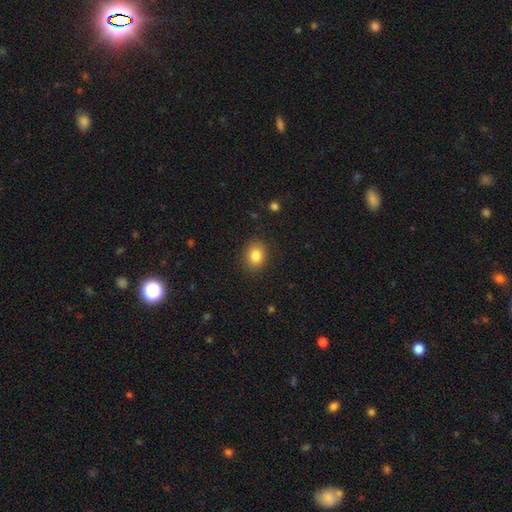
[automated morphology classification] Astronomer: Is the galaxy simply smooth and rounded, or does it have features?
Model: smooth — 84%.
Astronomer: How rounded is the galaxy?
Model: in between — 51% (runner-up: round, 49%).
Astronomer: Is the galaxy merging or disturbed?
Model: none — 88%.